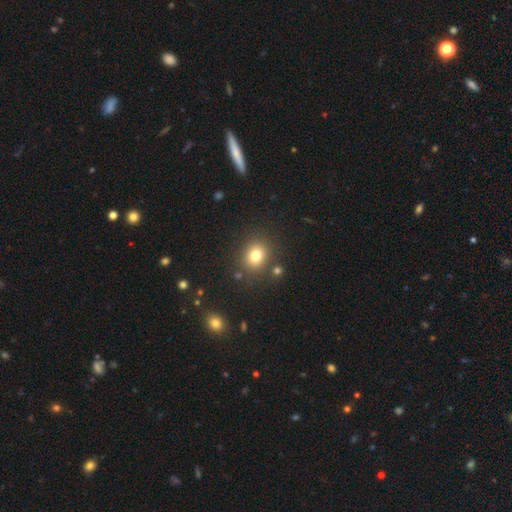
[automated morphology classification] This is likely a smooth galaxy (78%). How rounded: likely round (70%). Merging: clearly none (82%).